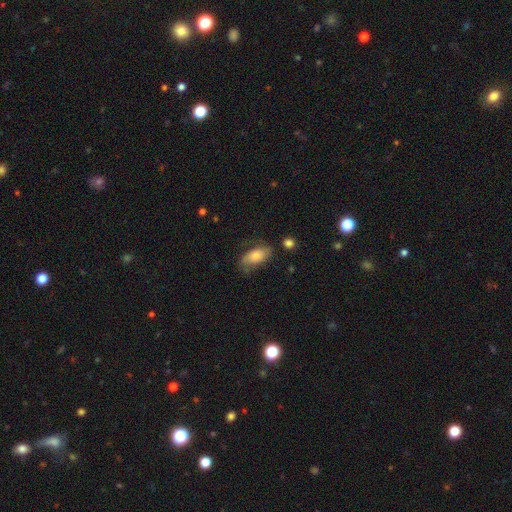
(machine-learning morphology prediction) Q: Smooth or featured?
A: smooth (69%); runner-up: featured or disk (23%)
Q: How rounded?
A: in between (90%); runner-up: cigar-shaped (7%)
Q: Merging?
A: none (61%); runner-up: minor disturbance (26%)